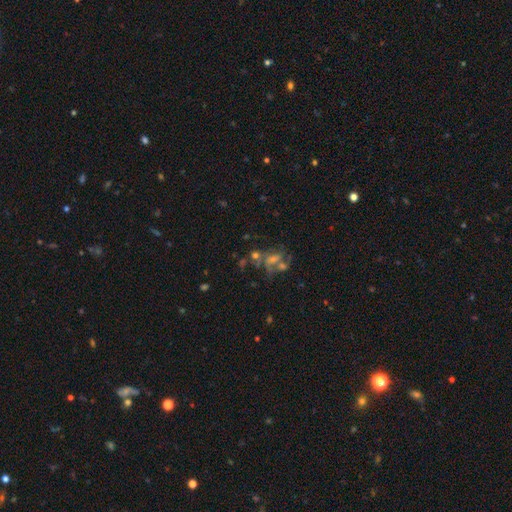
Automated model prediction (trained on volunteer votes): Morphology: type=star or artifact (45%).